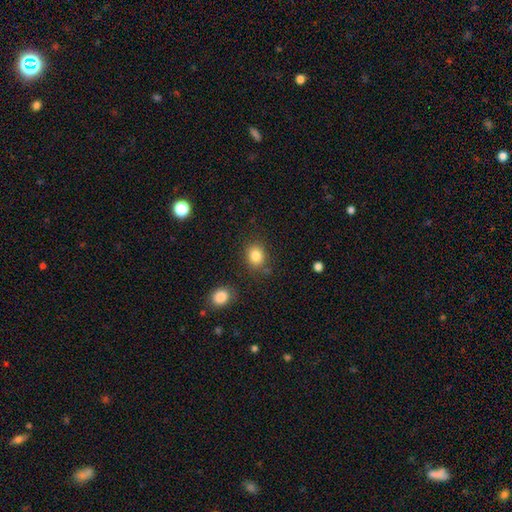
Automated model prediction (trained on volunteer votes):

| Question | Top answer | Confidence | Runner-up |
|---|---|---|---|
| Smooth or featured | smooth | 84% | star or artifact (10%) |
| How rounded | round | 60% | in between (39%) |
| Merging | none | 79% | minor disturbance (12%) |